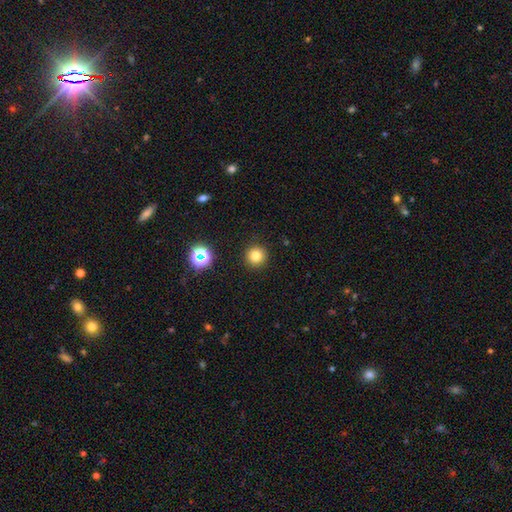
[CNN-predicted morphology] Overall: smooth (78%). How rounded: round (95%). Merging: none (91%).